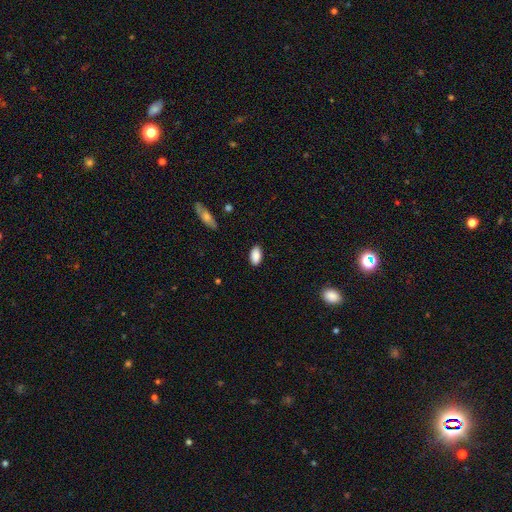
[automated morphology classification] A smooth galaxy with no disk features (89%) that is in between round and cigar-shaped (93%). Merging: none (86%).